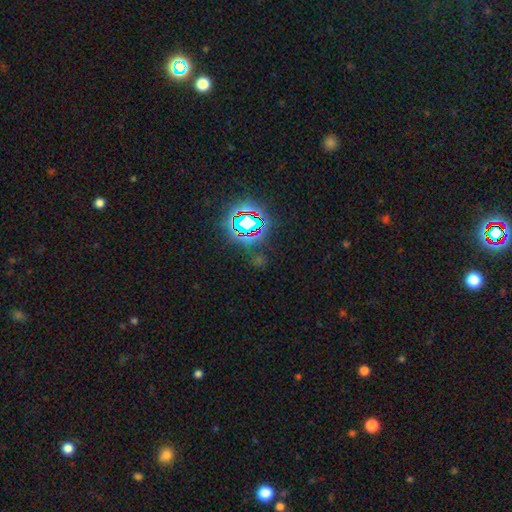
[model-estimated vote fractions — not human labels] A star or artifact, not a galaxy (79%).

Vote fractions:
- Smooth or featured? star or artifact: 79% / smooth: 12% / featured or disk: 9%